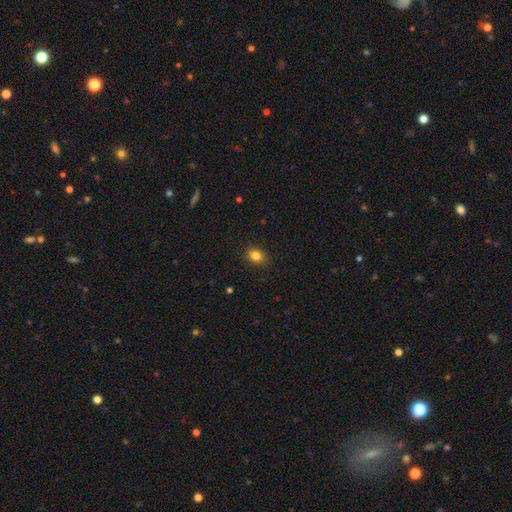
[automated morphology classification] smooth_or_featured: smooth (p=0.83) [alt: star or artifact p=0.11]
how_rounded: in between (p=0.55) [alt: round p=0.44]
merging: none (p=0.88) [alt: minor disturbance p=0.09]